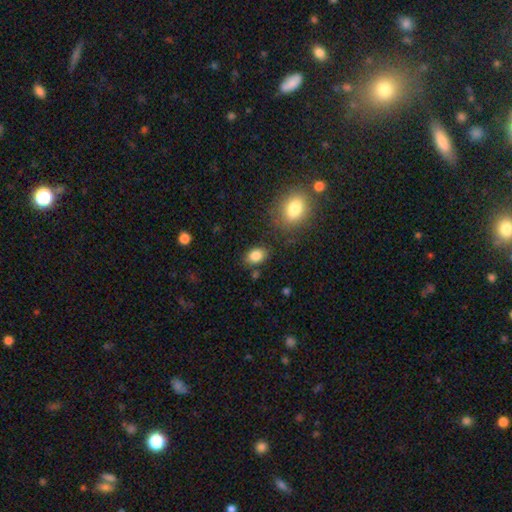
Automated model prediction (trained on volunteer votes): Q: Smooth or featured?
A: smooth (85%); runner-up: star or artifact (9%)
Q: How rounded?
A: in between (80%); runner-up: round (18%)
Q: Merging?
A: none (81%); runner-up: minor disturbance (12%)